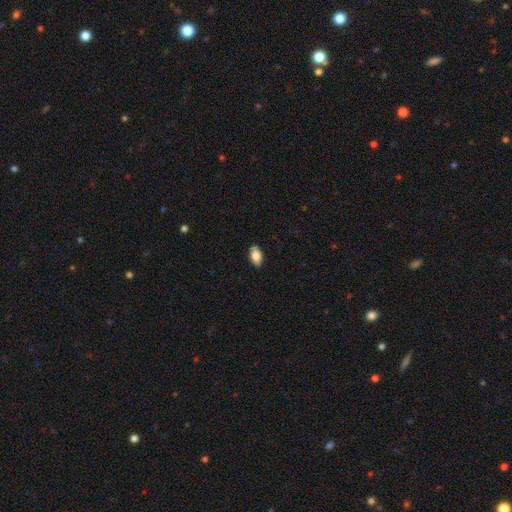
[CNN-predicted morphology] smooth 82%, featured or disk 11%, star or artifact 7%. Down the decision tree: how rounded — in between (92%); merging — none (88%).